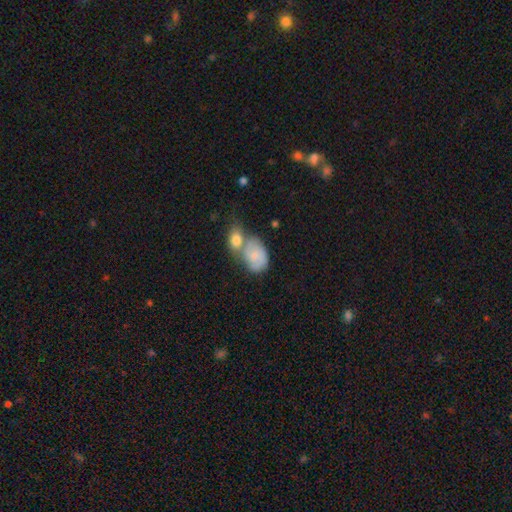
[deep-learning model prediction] A smooth galaxy with no disk features (68%) that is in between round and cigar-shaped (78%). Merging: merger (56%).